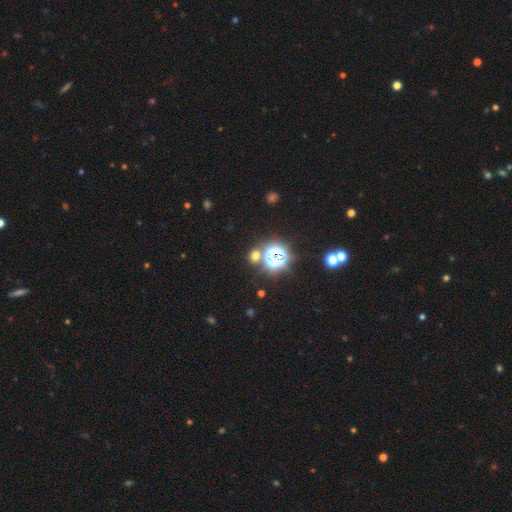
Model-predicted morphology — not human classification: smooth-or-featured: smooth: 47% | star or artifact: 46% | featured or disk: 7%
  merging: none: 75% | merger: 13% | minor disturbance: 8% | major disturbance: 4%